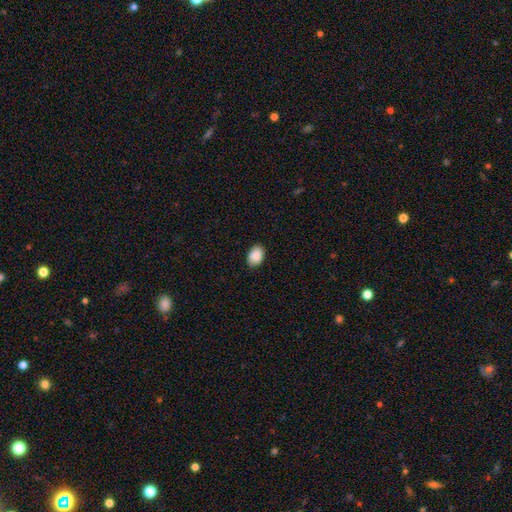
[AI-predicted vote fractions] This is clearly a smooth galaxy (89%). How rounded: clearly in between (82%). Merging: clearly none (86%).